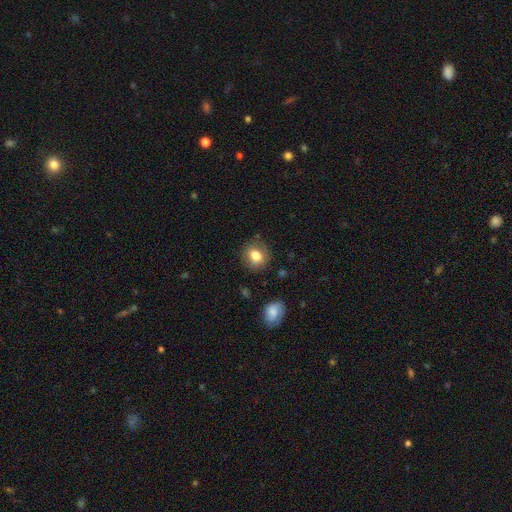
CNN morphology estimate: A smooth galaxy with no disk features (79%) that is round (68%). Merging: none (80%).